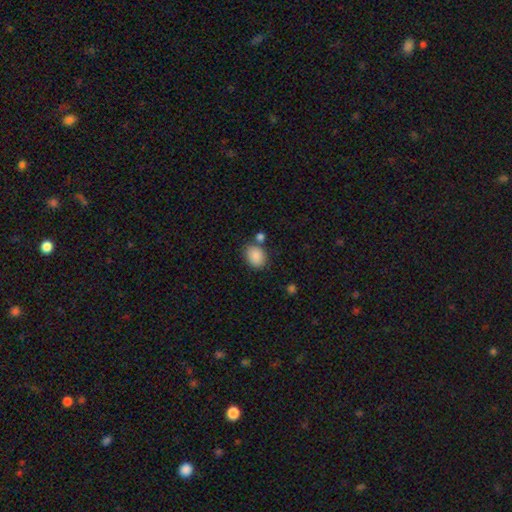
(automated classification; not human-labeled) The model was most divided on "how rounded": in between: 67%, round: 32%, cigar-shaped: 1%. More confident: smooth or featured — smooth (87%); merging — none (70%).